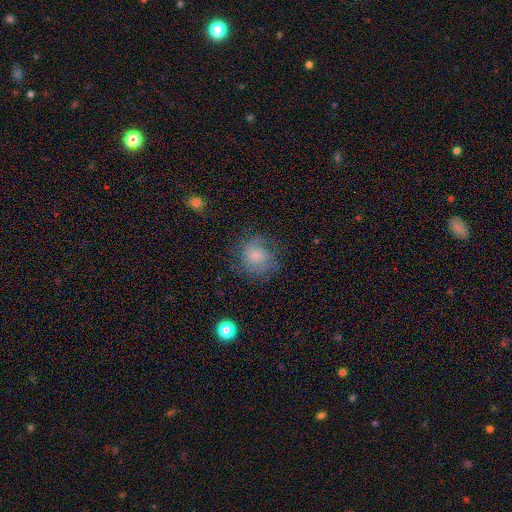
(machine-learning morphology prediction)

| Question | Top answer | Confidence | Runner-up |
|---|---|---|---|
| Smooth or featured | smooth | 52% | featured or disk (37%) |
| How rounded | round | 84% | in between (15%) |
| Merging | none | 63% | minor disturbance (20%) |